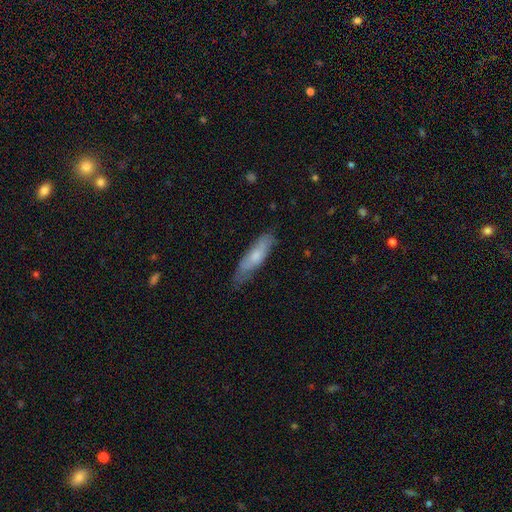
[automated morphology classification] Smooth or featured? Predicted: smooth (p=0.65). How rounded? Predicted: cigar-shaped (p=0.68). Merging? Predicted: none (p=0.64).